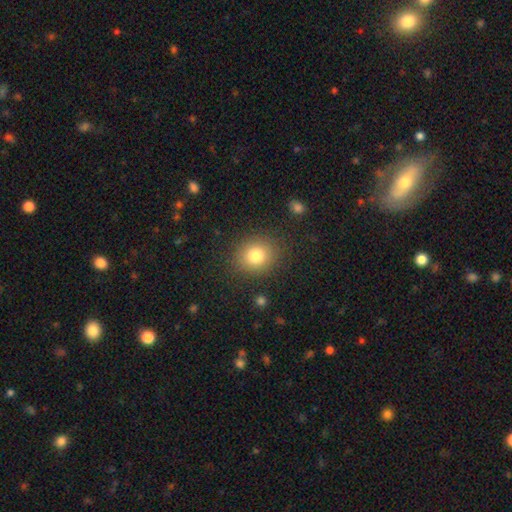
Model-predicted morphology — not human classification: Smooth or featured? smooth (80%)
How rounded? round (77%)
Merging? none (86%)